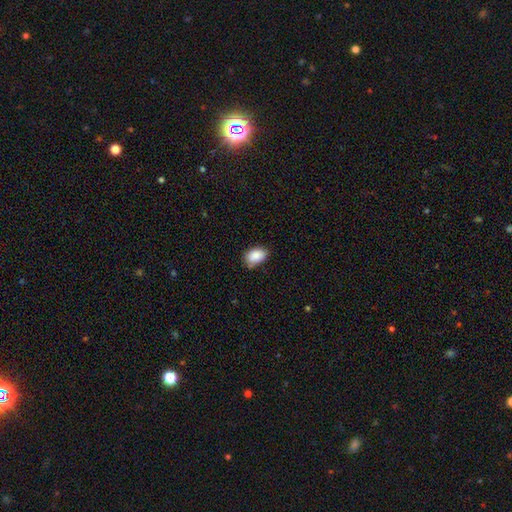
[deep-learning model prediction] smooth-or-featured: smooth: 87% | star or artifact: 7% | featured or disk: 5%
  how-rounded: in between: 87% | round: 11% | cigar-shaped: 1%
  merging: none: 68% | minor disturbance: 26% | major disturbance: 4% | merger: 3%